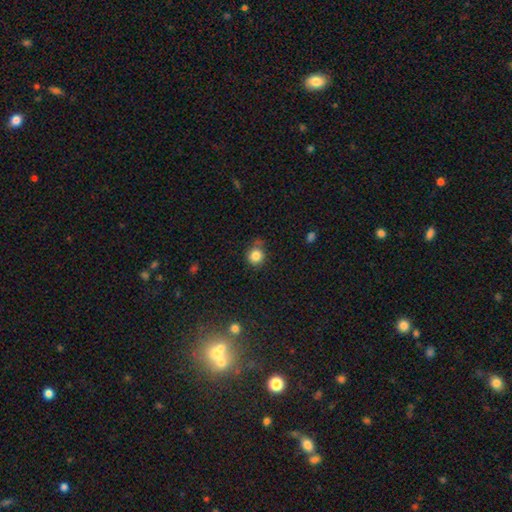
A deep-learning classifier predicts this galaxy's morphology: Smooth or featured? Predicted: smooth (p=0.84). How rounded? Predicted: round (p=0.89). Merging? Predicted: none (p=0.73).